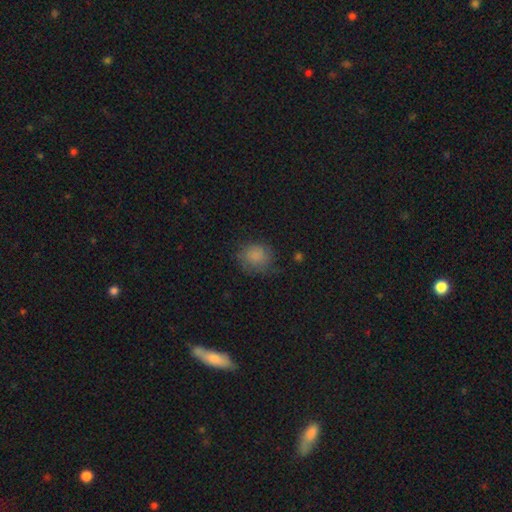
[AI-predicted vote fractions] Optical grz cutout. It shows a smooth galaxy with no disk features (80%) that is round (77%). Merging: none (67%).